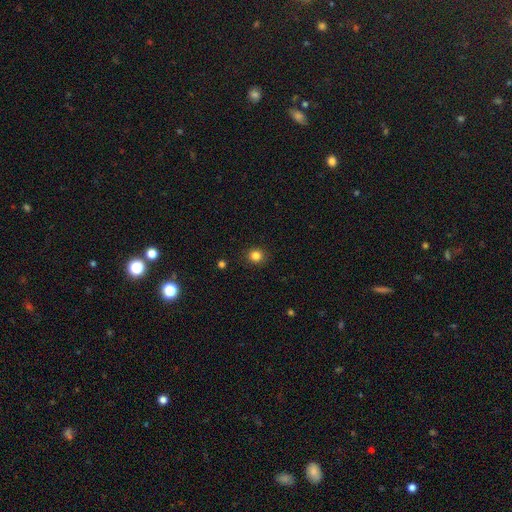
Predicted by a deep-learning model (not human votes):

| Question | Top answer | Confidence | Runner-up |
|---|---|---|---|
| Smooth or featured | smooth | 84% | star or artifact (12%) |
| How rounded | round | 89% | in between (10%) |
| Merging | none | 90% | minor disturbance (7%) |